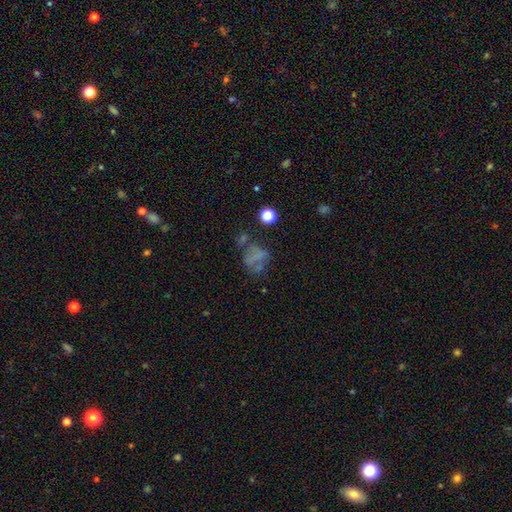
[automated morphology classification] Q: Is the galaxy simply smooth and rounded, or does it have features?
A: smooth — 42%.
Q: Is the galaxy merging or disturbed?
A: none — 41%.